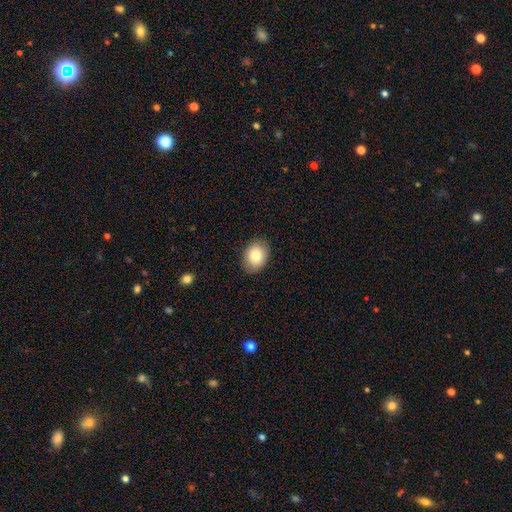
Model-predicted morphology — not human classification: A smooth galaxy with no disk features (82%) that is in between round and cigar-shaped (64%). Merging: none (86%).